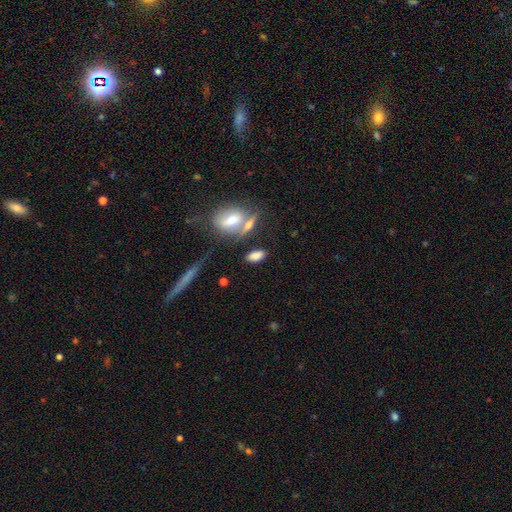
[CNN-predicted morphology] Overall: smooth (80%). How rounded: in between (85%). Merging: none (67%).